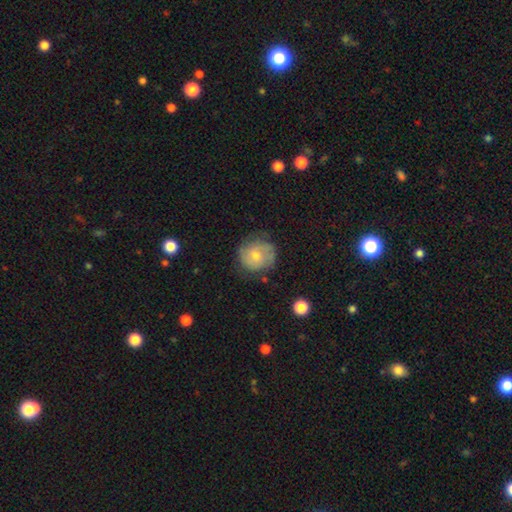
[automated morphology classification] featured or disk 51%, smooth 40%, star or artifact 9%. Down the decision tree: edge-on disk — no (97%); merging — none (73%).